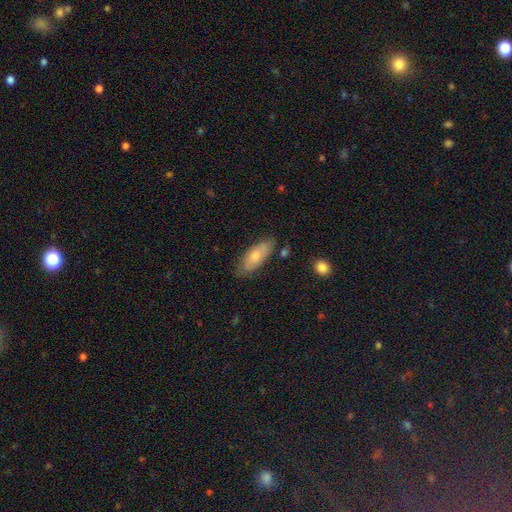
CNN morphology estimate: type=smooth (63%); roundness=in between (79%); merging=none (71%).